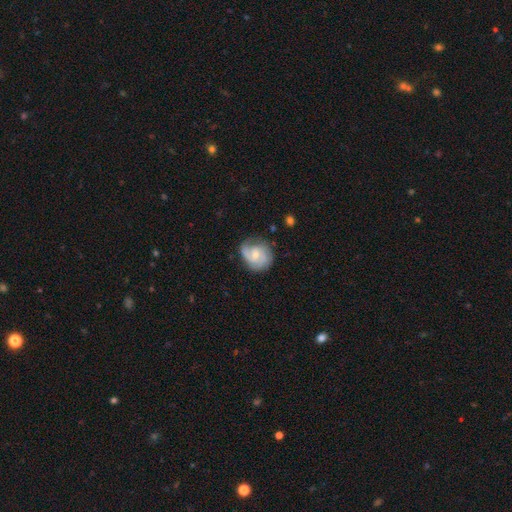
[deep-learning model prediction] smooth_or_featured: featured or disk (p=0.71) [alt: smooth p=0.23]
disk_edge_on: no (p=0.98) [alt: yes p=0.02]
bar: no (p=0.63) [alt: weak p=0.32]
has_spiral_arms: yes (p=0.93) [alt: no p=0.07]
spiral_winding: medium (p=0.42) [alt: tight p=0.39]
spiral_arm_count: 2 (p=0.48) [alt: can't tell p=0.17]
bulge_size: small (p=0.55) [alt: moderate p=0.39]
merging: none (p=0.66) [alt: minor disturbance p=0.23]